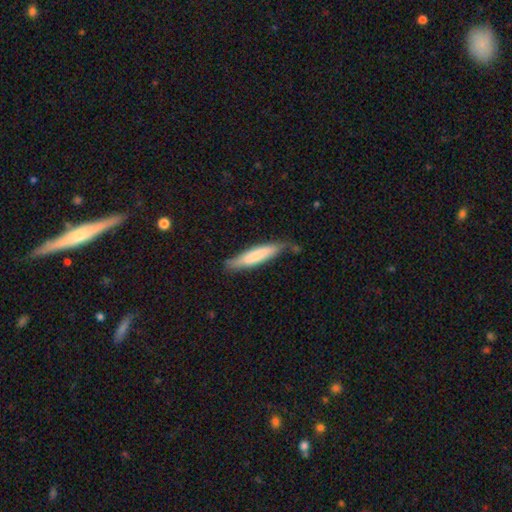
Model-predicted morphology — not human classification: Smooth or featured? smooth (71%)
How rounded? cigar-shaped (85%)
Merging? none (69%)